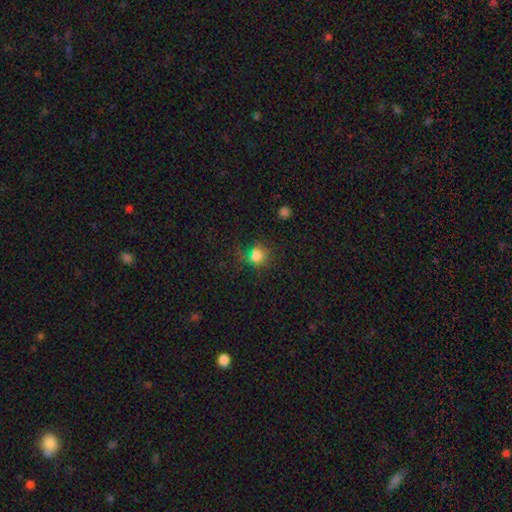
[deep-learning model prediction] The model was most divided on "merging": none: 67%, minor disturbance: 18%, major disturbance: 10%, merger: 6%. More confident: how rounded — round (79%); smooth or featured — smooth (77%).